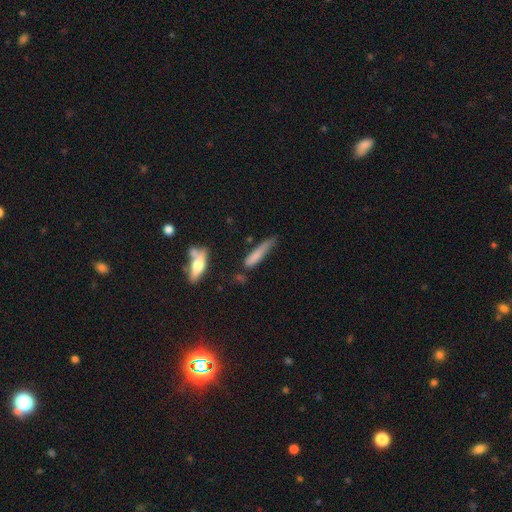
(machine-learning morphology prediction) smooth_or_featured: smooth (p=0.74) [alt: featured or disk p=0.18]
how_rounded: cigar-shaped (p=0.83) [alt: in between p=0.15]
merging: none (p=0.41) [alt: minor disturbance p=0.36]